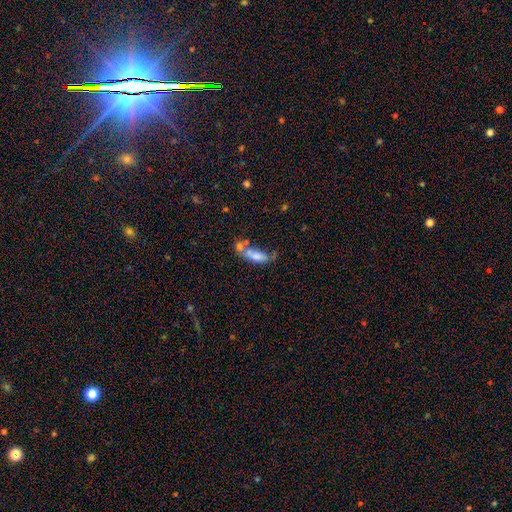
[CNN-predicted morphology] type=smooth (64%); roundness=in between (58%); merging=merger (41%).